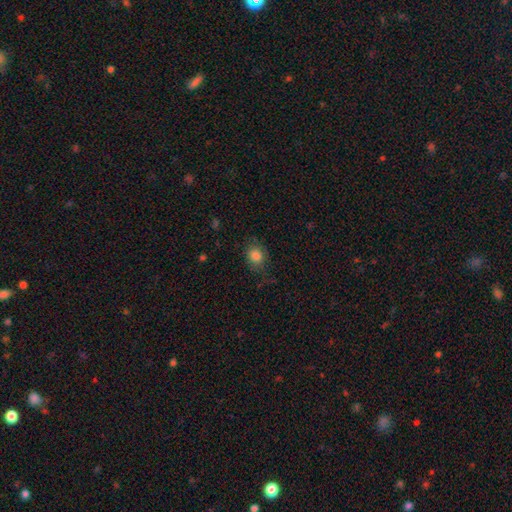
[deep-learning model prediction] smooth 83%, star or artifact 10%, featured or disk 7%. Down the decision tree: how rounded — round (65%); merging — none (72%).